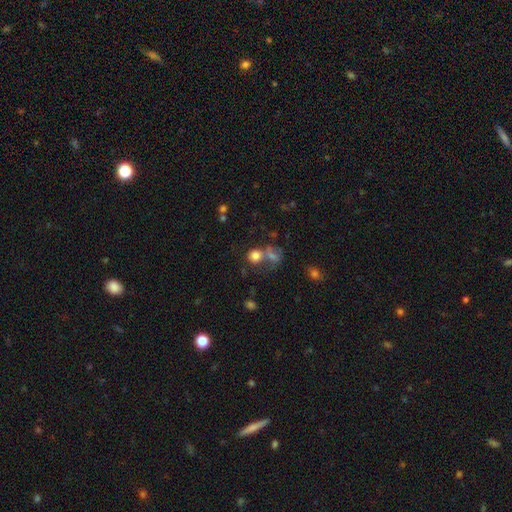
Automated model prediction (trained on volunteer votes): A smooth galaxy with no disk features (78%) that is round (80%).

Vote fractions:
- Smooth or featured? smooth: 78% / star or artifact: 13% / featured or disk: 9%
- How rounded? round: 80% / in between: 18% / cigar-shaped: 1%
- Merging? none: 48% / merger: 34% / minor disturbance: 11% / major disturbance: 7%